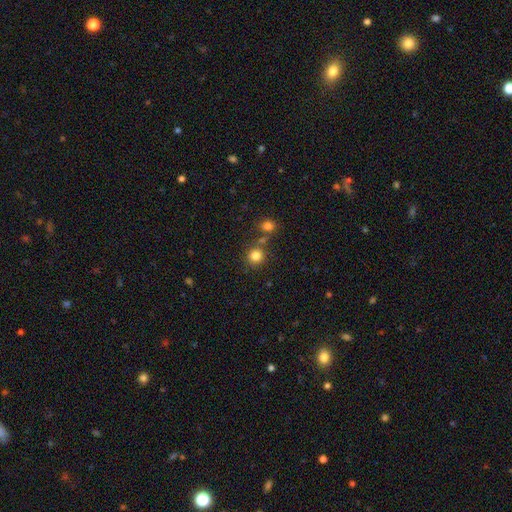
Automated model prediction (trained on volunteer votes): This is clearly a smooth galaxy (83%). How rounded: clearly round (90%). Merging: likely none (74%).